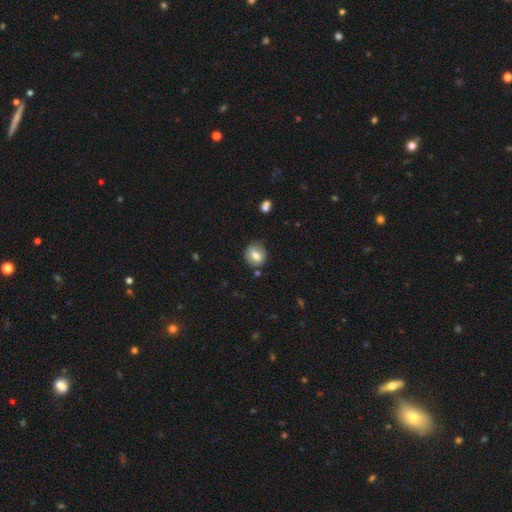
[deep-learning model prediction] Overall: smooth (73%). How rounded: round (79%). Merging: none (78%).